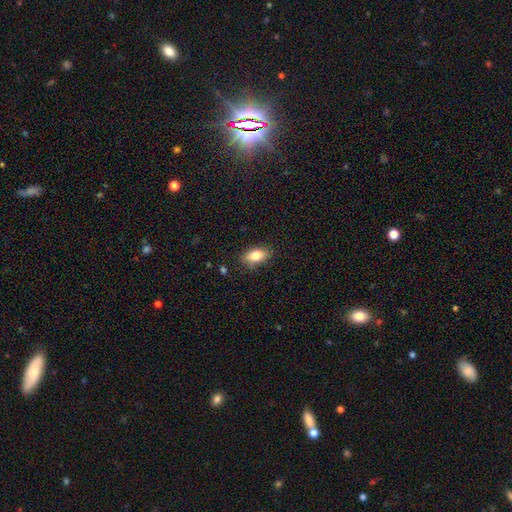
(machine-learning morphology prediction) A smooth galaxy with no disk features (80%) that is in between round and cigar-shaped (87%). Merging: none (81%).